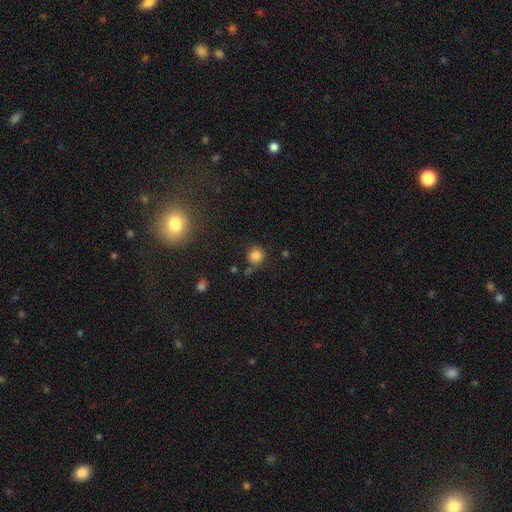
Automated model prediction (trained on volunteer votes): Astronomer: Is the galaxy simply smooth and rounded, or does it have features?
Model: smooth — 82%.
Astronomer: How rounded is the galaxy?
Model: round — 90%.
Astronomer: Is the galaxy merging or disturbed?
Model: none — 75%.